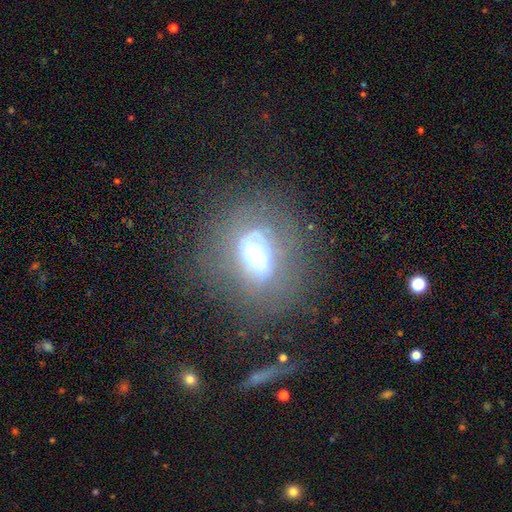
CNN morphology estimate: smooth-or-featured: featured or disk: 56% | smooth: 28% | star or artifact: 17%
  disk-edge-on: no: 91% | yes: 9%
    bar: no: 43% | weak: 32% | strong: 25%
    has-spiral-arms: yes: 52% | no: 48%
    bulge-size: large: 40% | moderate: 36% | dominant: 16% | small: 6% | none: 2%
  merging: none: 63% | minor disturbance: 18% | major disturbance: 17% | merger: 2%